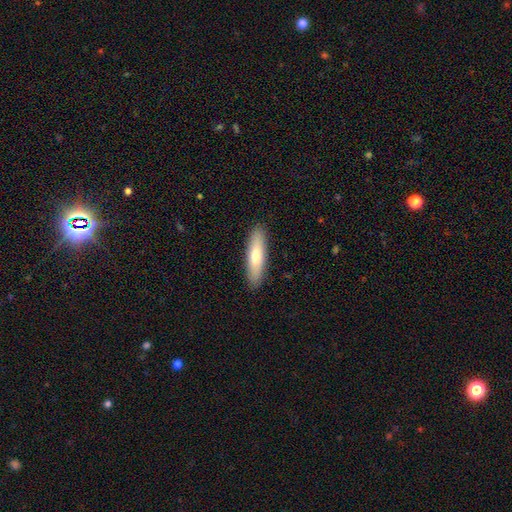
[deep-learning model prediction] Smooth or featured? smooth (70%)
How rounded? cigar-shaped (70%)
Merging? none (90%)